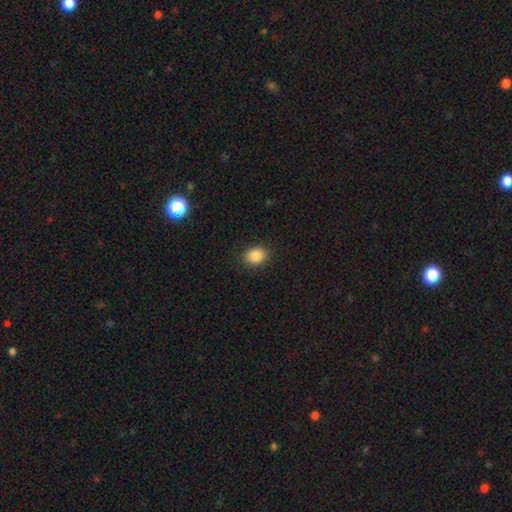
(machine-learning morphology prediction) Smooth or featured?
  - smooth: 87% *
  - star or artifact: 9%
  - featured or disk: 4%
How rounded?
  - in between: 55% *
  - round: 44%
  - cigar-shaped: 1%
Merging?
  - none: 88% *
  - minor disturbance: 9%
  - major disturbance: 2%
  - merger: 1%